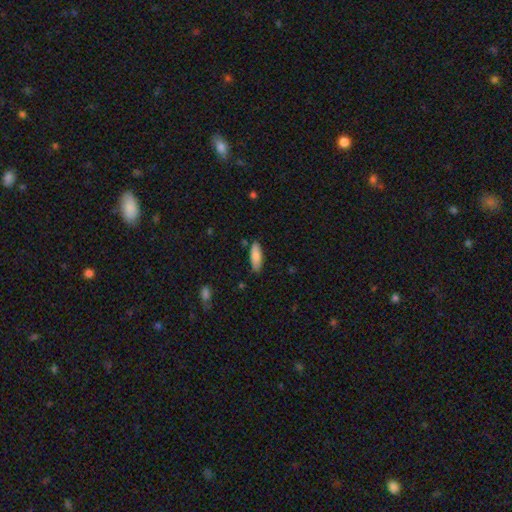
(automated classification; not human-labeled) Morphology: type=smooth (84%); roundness=in between (65%); merging=none (83%).